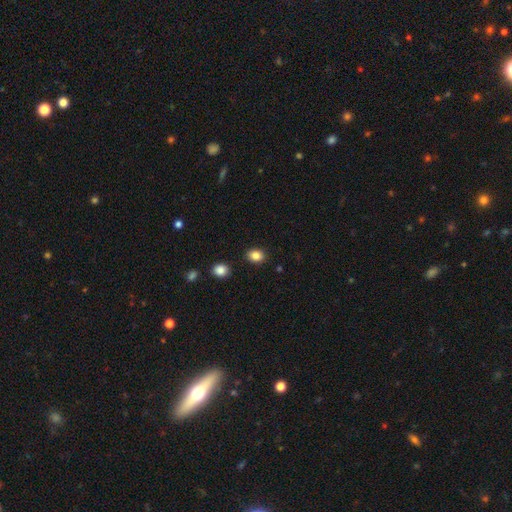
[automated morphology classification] A smooth galaxy with no disk features (86%) that is in between round and cigar-shaped (60%). Merging: none (88%).